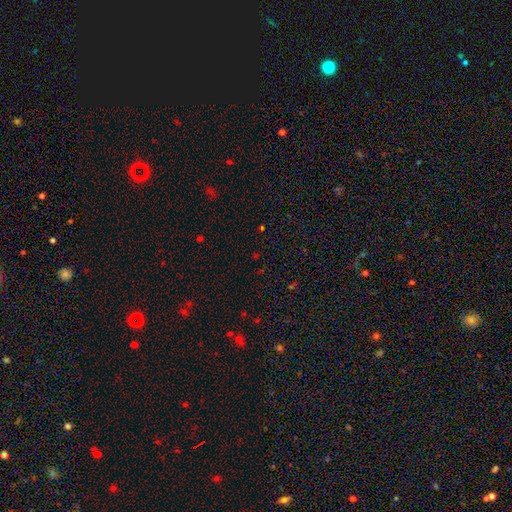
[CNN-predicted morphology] This is likely a star or artifact rather than a galaxy (64%).